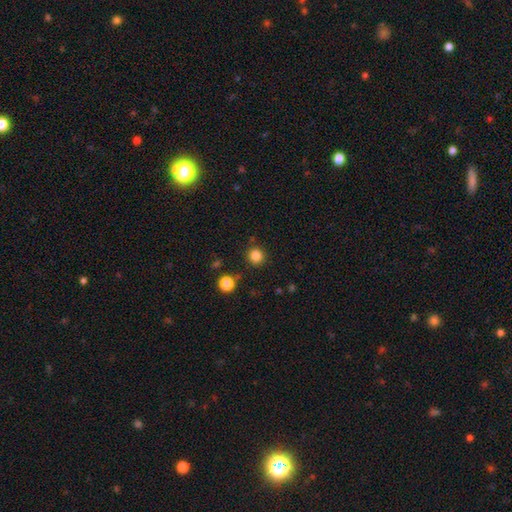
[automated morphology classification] type=smooth (83%); roundness=round (93%); merging=none (89%).